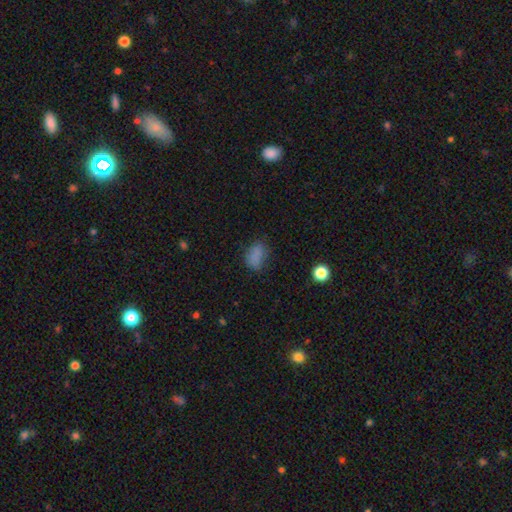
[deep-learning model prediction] A smooth galaxy with no disk features (80%) that is in between round and cigar-shaped (84%).

Vote fractions:
- Smooth or featured? smooth: 80% / star or artifact: 14% / featured or disk: 6%
- How rounded? in between: 84% / round: 14% / cigar-shaped: 2%
- Merging? none: 67% / minor disturbance: 23% / major disturbance: 8% / merger: 2%